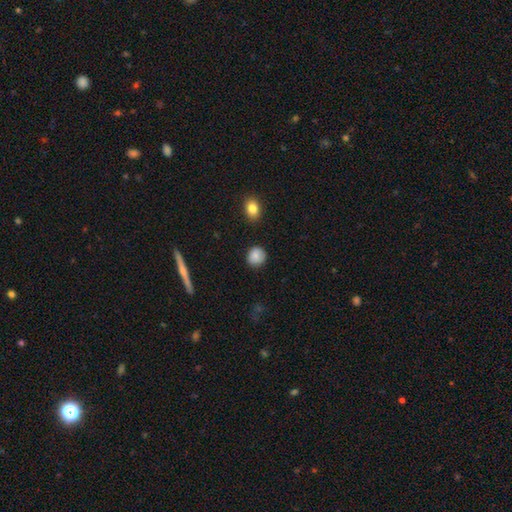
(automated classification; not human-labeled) A smooth galaxy with no disk features (84%) that is round (85%).

Vote fractions:
- Smooth or featured? smooth: 84% / star or artifact: 8% / featured or disk: 7%
- How rounded? round: 85% / in between: 14% / cigar-shaped: 1%
- Merging? none: 87% / minor disturbance: 9% / major disturbance: 2% / merger: 1%